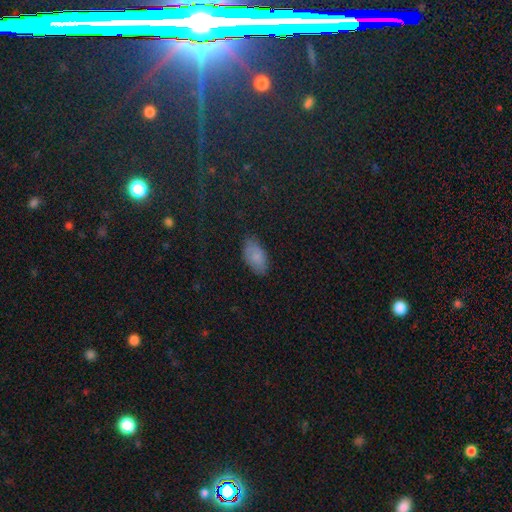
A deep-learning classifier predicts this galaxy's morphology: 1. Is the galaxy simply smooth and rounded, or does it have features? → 79% smooth, 11% featured or disk, 10% star or artifact.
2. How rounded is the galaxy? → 94% in between, 3% round, 2% cigar-shaped.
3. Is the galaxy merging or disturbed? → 78% none, 17% minor disturbance, 3% major disturbance, 1% merger.